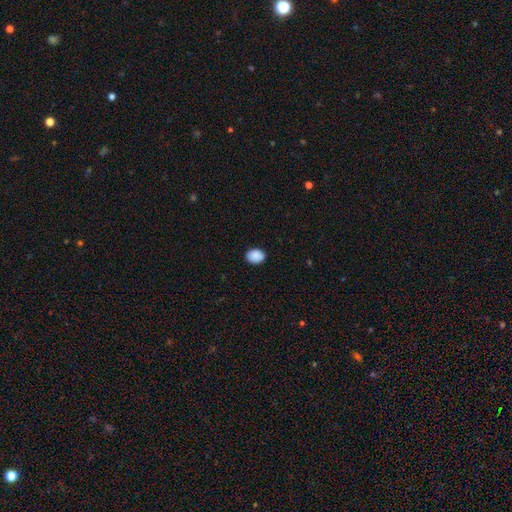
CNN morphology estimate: smooth 89%, star or artifact 8%, featured or disk 3%. Down the decision tree: how rounded — in between (62%); merging — none (86%).